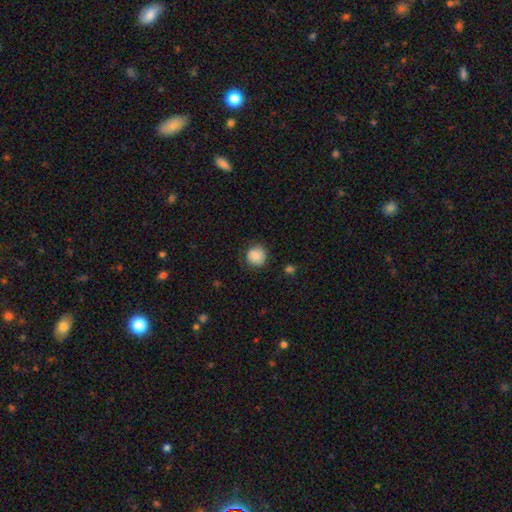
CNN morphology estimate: This is clearly a smooth galaxy (86%). How rounded: clearly round (91%). Merging: clearly none (82%).